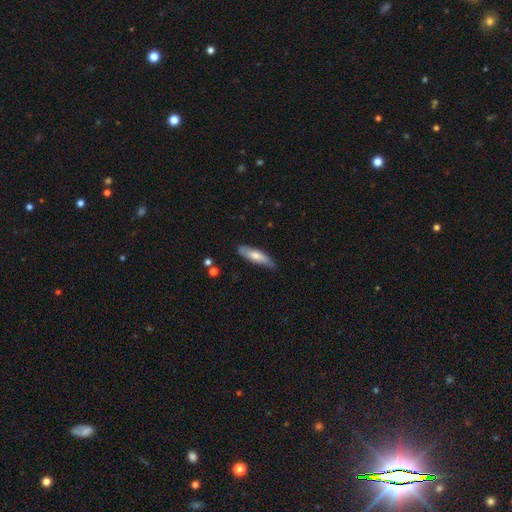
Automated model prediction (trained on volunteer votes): Q: Smooth or featured?
A: smooth (66%); runner-up: featured or disk (28%)
Q: How rounded?
A: cigar-shaped (59%); runner-up: in between (40%)
Q: Merging?
A: none (75%); runner-up: minor disturbance (21%)